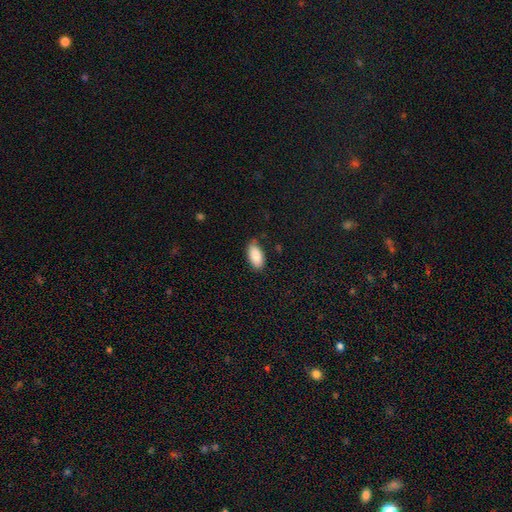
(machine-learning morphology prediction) smooth-or-featured: smooth: 89% | star or artifact: 7% | featured or disk: 4%
  how-rounded: in between: 93% | cigar-shaped: 4% | round: 2%
  merging: none: 80% | minor disturbance: 16% | major disturbance: 3% | merger: 1%